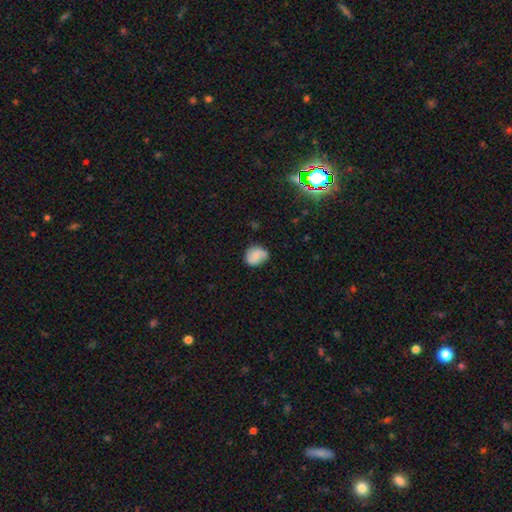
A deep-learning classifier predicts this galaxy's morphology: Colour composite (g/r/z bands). It shows a smooth galaxy with no disk features (55%) that is round (55%). Merging: none (66%).